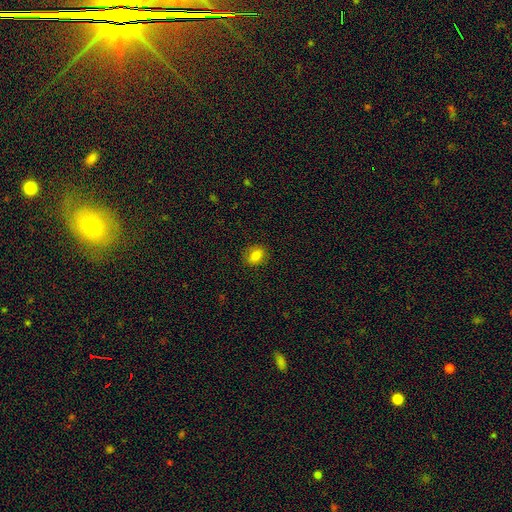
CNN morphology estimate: A smooth galaxy with no disk features (81%) that is in between round and cigar-shaped (56%). Merging: none (86%).